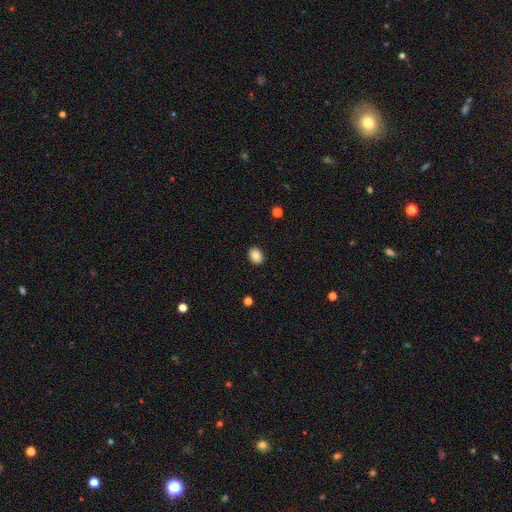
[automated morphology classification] smooth_or_featured: smooth (p=0.85) [alt: star or artifact p=0.09]
how_rounded: in between (p=0.50) [alt: round p=0.49]
merging: none (p=0.90) [alt: minor disturbance p=0.07]